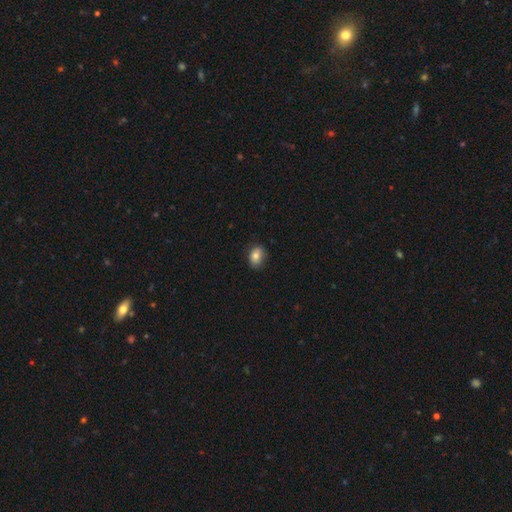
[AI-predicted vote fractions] Smooth or featured? smooth (79%)
How rounded? in between (69%)
Merging? none (80%)